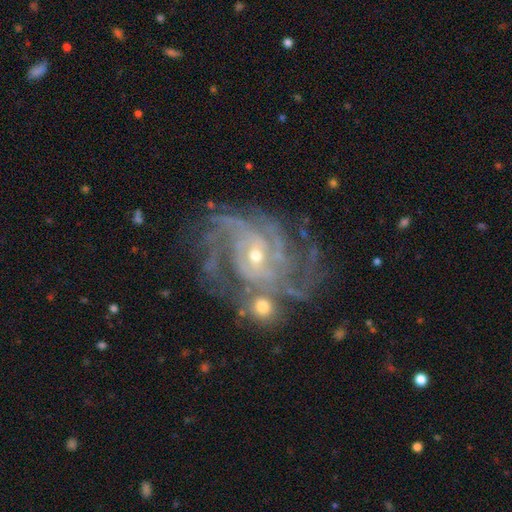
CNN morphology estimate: This appears to be a featured or disk galaxy (90%) with no bar (57%), tight (56%) spiral arms (96%) and a small central bulge (65%). Merging: none (54%).